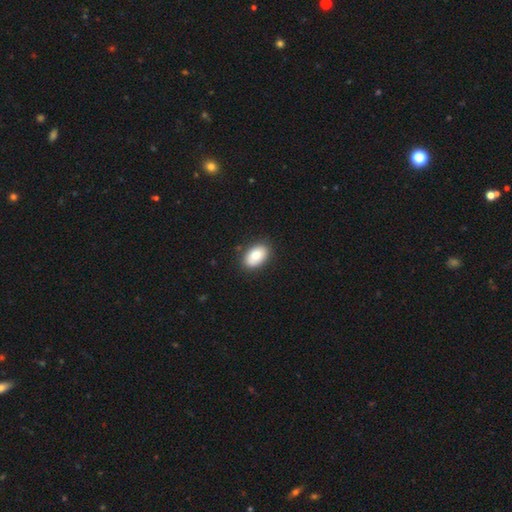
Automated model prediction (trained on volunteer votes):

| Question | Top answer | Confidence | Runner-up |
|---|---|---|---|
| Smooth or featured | smooth | 86% | featured or disk (7%) |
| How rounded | in between | 92% | round (6%) |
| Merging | none | 85% | minor disturbance (11%) |